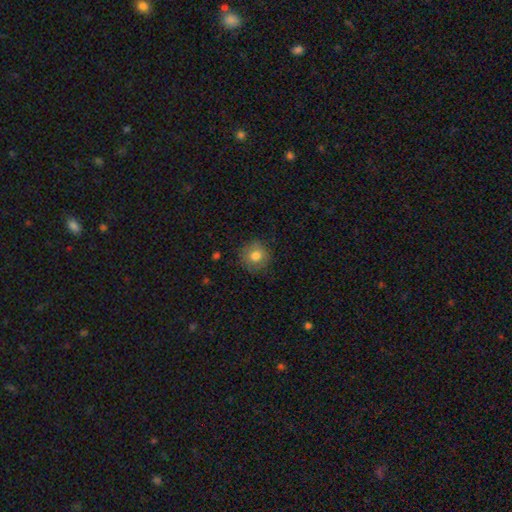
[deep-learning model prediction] The model was most divided on "smooth or featured": smooth: 78%, featured or disk: 12%, star or artifact: 10%. More confident: how rounded — round (92%); merging — none (85%).